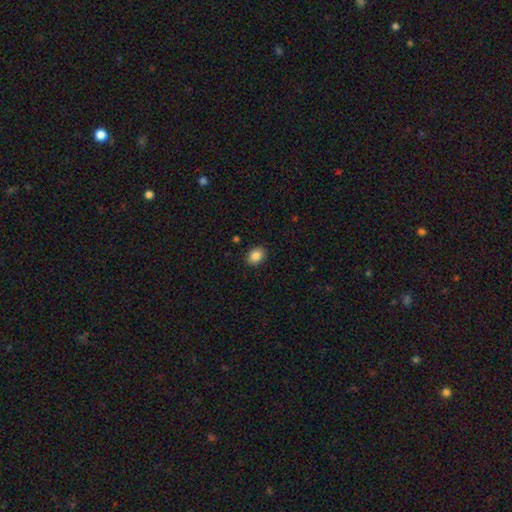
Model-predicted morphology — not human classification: This appears to be a smooth galaxy with no disk features (87%) that is in between round and cigar-shaped (63%). Merging: none (89%).